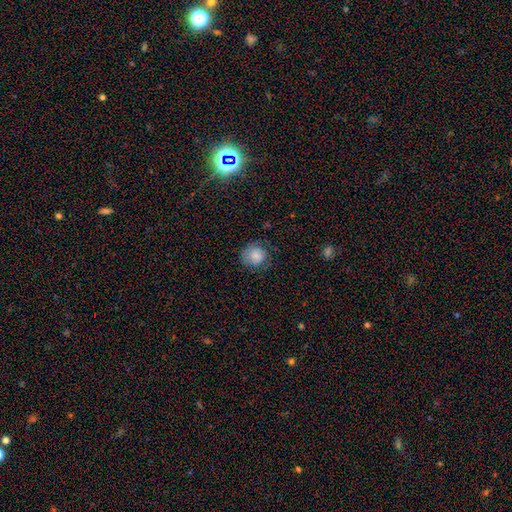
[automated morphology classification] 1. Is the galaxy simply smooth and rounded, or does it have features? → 74% smooth, 17% featured or disk, 9% star or artifact.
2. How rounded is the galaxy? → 82% round, 17% in between, 1% cigar-shaped.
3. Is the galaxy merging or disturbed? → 63% none, 23% minor disturbance, 13% major disturbance, 1% merger.